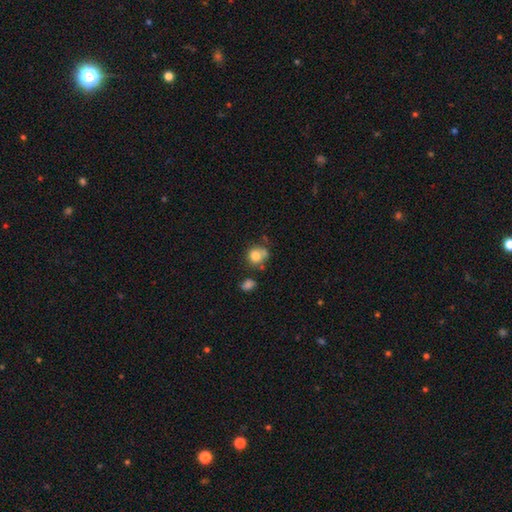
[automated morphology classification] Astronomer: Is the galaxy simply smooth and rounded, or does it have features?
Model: smooth — 78%.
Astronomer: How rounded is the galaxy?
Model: round — 75%.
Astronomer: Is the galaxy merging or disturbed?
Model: none — 49%.